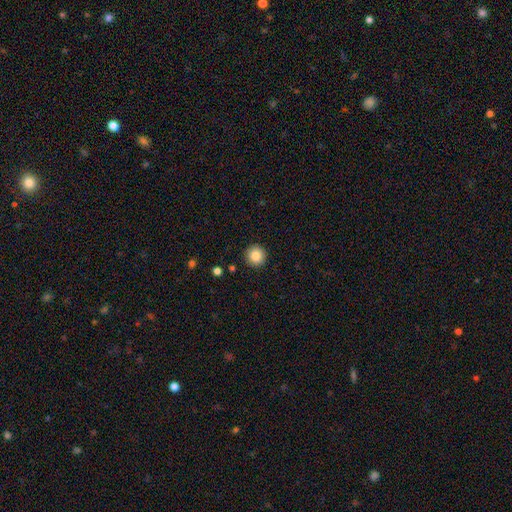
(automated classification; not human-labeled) Morphology: type=smooth (86%); roundness=round (96%); merging=none (92%).